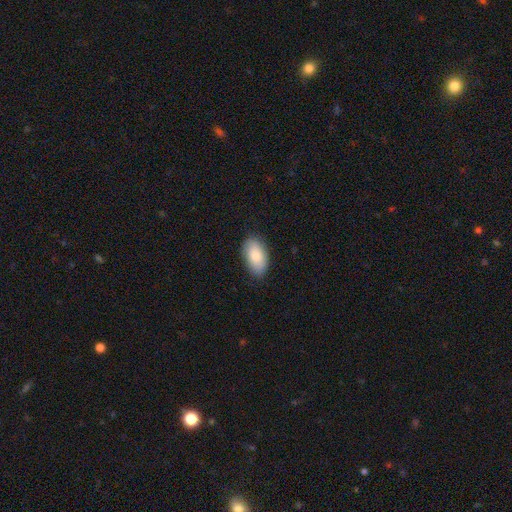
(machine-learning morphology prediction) Smooth or featured?
  - smooth: 82% *
  - featured or disk: 12%
  - star or artifact: 6%
How rounded?
  - in between: 94% *
  - round: 4%
  - cigar-shaped: 2%
Merging?
  - none: 85% *
  - minor disturbance: 11%
  - major disturbance: 2%
  - merger: 1%